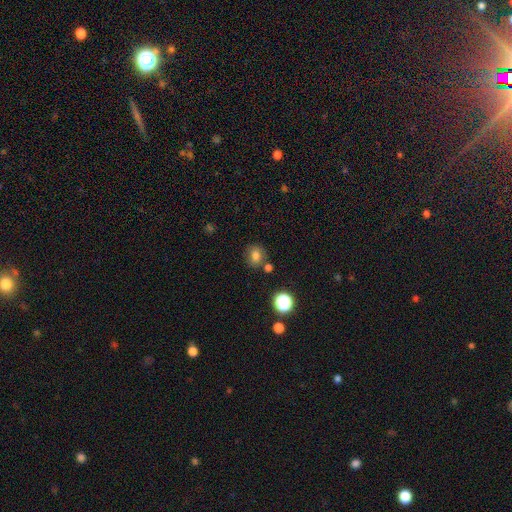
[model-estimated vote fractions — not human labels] smooth_or_featured: smooth (p=0.77) [alt: star or artifact p=0.15]
how_rounded: round (p=0.66) [alt: in between p=0.33]
merging: none (p=0.76) [alt: minor disturbance p=0.12]